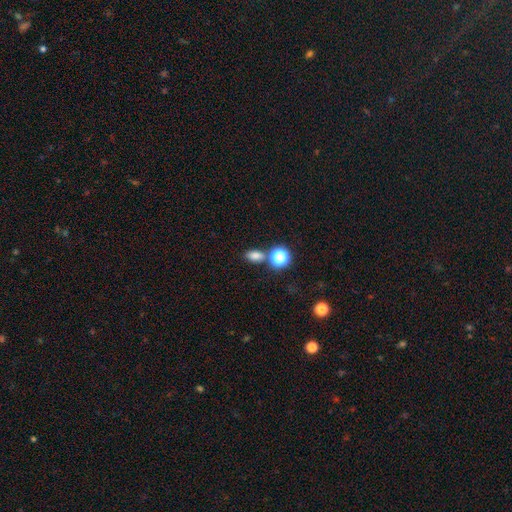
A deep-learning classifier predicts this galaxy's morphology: This appears to be a smooth galaxy with no disk features (77%) that is in between round and cigar-shaped (76%). Merging: none (70%).